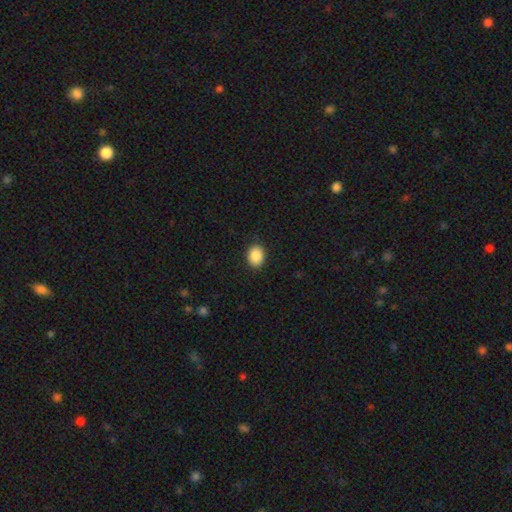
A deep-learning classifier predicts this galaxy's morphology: type=smooth (89%); roundness=in between (56%); merging=none (90%).